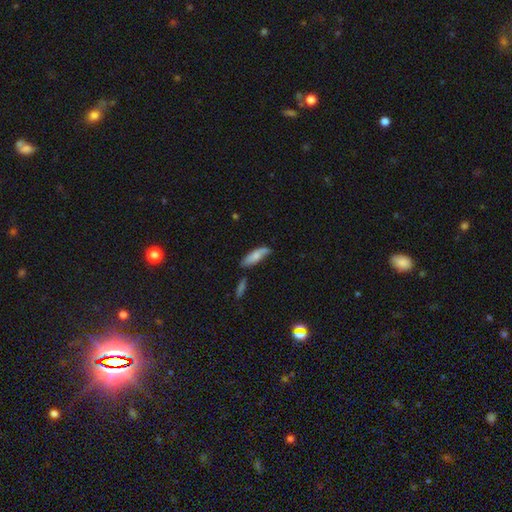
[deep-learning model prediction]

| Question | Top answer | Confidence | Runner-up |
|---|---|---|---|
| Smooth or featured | smooth | 69% | featured or disk (24%) |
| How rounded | in between | 60% | cigar-shaped (38%) |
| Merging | none | 59% | minor disturbance (27%) |